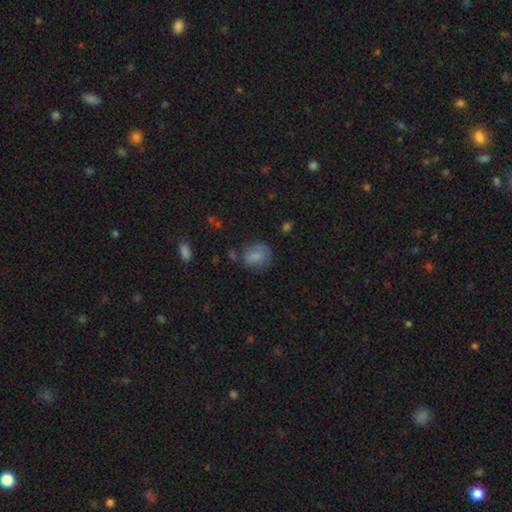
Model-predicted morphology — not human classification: Smooth or featured: smooth — 75% (featured or disk — 15%)
How rounded: round — 57% (in between — 42%)
Merging: none — 57% (minor disturbance — 25%)